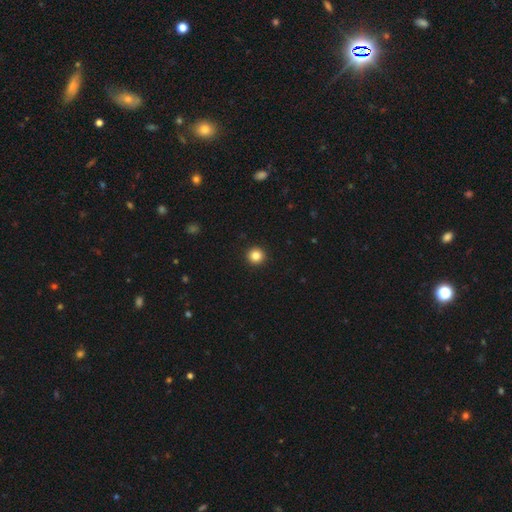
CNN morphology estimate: A smooth galaxy with no disk features (84%) that is round (96%). Merging: none (94%).